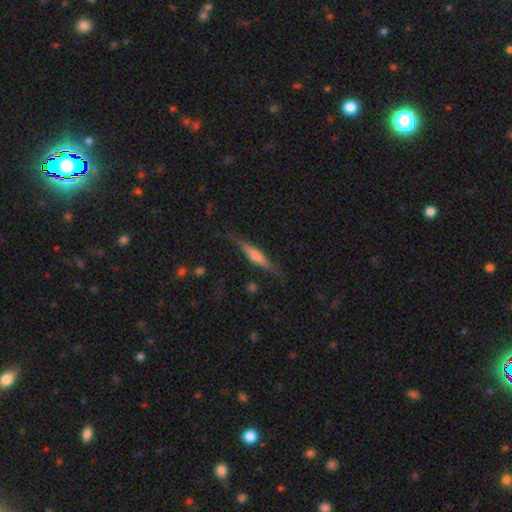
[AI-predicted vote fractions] Smooth or featured? Predicted: featured or disk (p=0.48). Merging? Predicted: none (p=0.76).